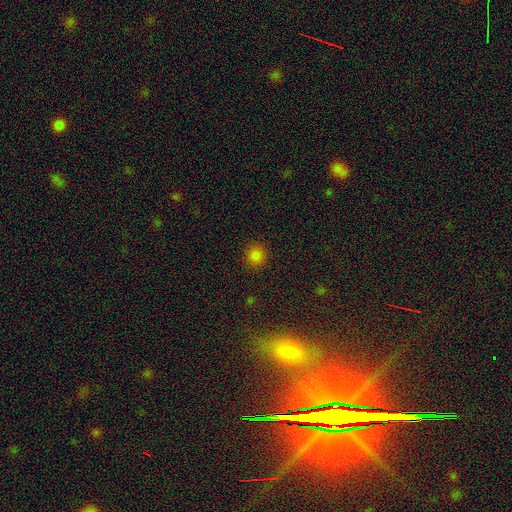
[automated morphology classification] A smooth galaxy with no disk features (82%) that is round (89%).

Vote fractions:
- Smooth or featured? smooth: 82% / star or artifact: 15% / featured or disk: 3%
- How rounded? round: 89% / in between: 10% / cigar-shaped: 1%
- Merging? none: 90% / minor disturbance: 6% / major disturbance: 2% / merger: 1%